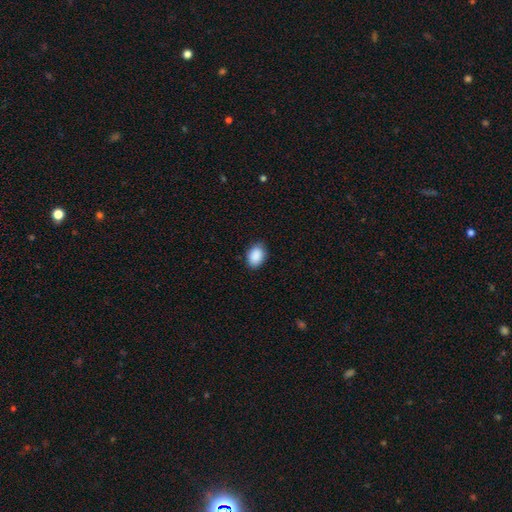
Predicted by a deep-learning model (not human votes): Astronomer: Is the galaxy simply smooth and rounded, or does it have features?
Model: smooth — 90%.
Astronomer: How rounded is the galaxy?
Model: in between — 80%.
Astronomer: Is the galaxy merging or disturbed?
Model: none — 85%.